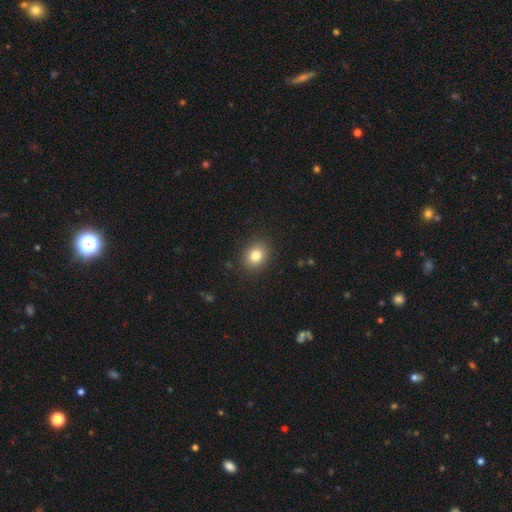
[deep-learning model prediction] smooth 81%, star or artifact 11%, featured or disk 7%. Down the decision tree: how rounded — round (60%); merging — none (89%).